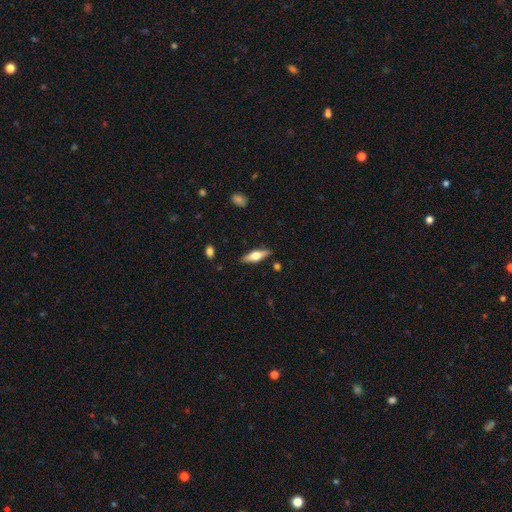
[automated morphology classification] type=smooth (49%); merging=none (86%).